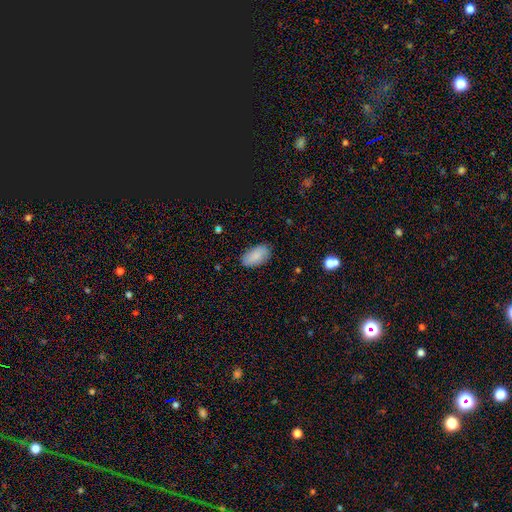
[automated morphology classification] This is clearly a smooth galaxy (86%). How rounded: clearly in between (94%). Merging: clearly none (83%).